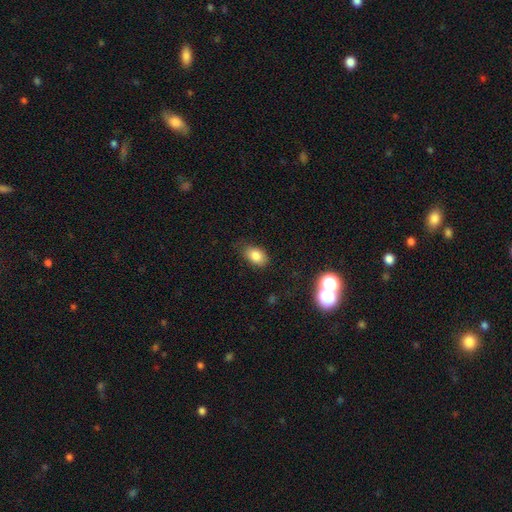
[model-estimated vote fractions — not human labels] Morphology: type=smooth (83%); roundness=in between (88%); merging=none (77%).